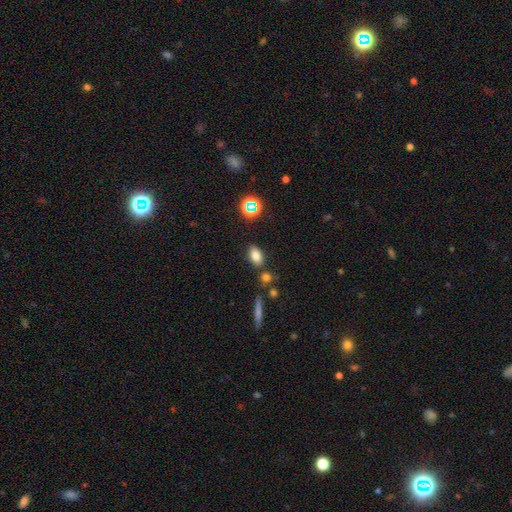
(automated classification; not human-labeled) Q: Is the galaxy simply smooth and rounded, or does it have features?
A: smooth — 78%.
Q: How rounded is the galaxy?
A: in between — 85%.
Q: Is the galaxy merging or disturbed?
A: none — 80%.